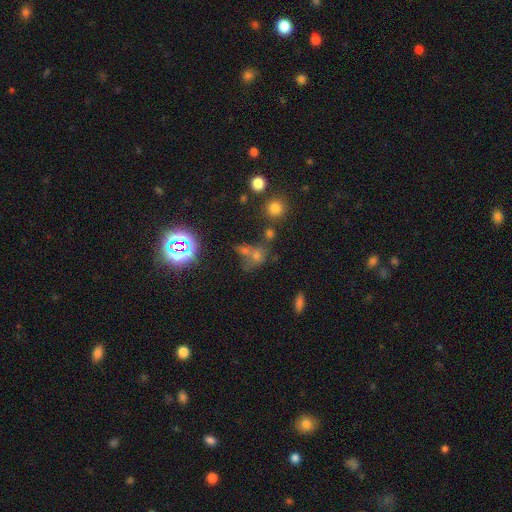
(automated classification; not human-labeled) The model was most divided on "merging": merger: 44%, none: 36%, minor disturbance: 11%, major disturbance: 9%. More confident: how rounded — round (54%); smooth or featured — smooth (51%).